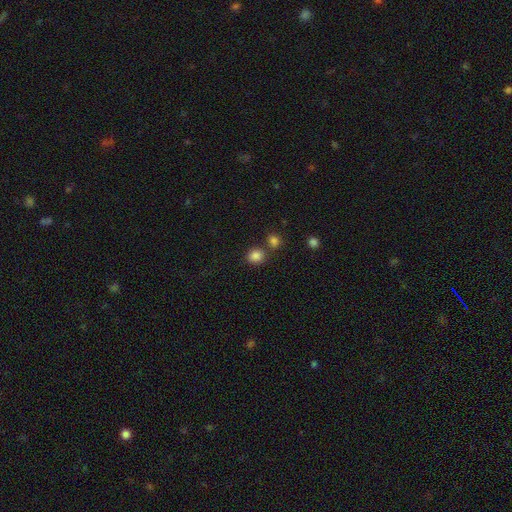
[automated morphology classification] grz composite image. It shows a smooth galaxy with no disk features (85%) that is round (75%). Merging: none (71%).